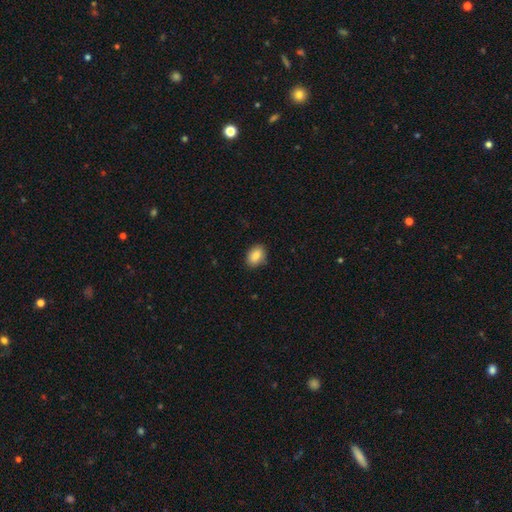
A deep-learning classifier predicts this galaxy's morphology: smooth 85%, star or artifact 8%, featured or disk 7%. Down the decision tree: how rounded — in between (79%); merging — none (84%).